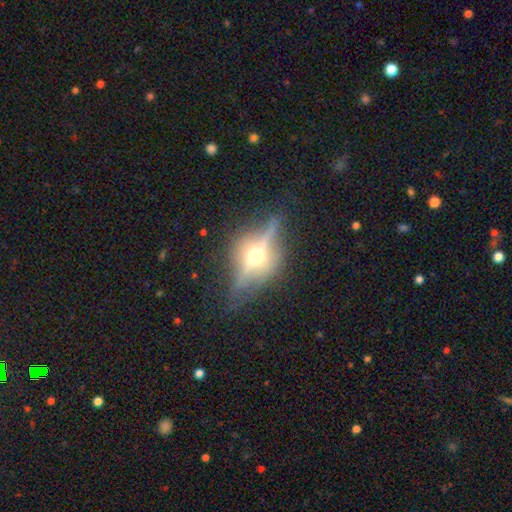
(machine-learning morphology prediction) Smooth or featured? featured or disk (77%)
Edge-on disk? yes (87%)
Edge-on bulge? rounded (95%)
Merging? none (75%)